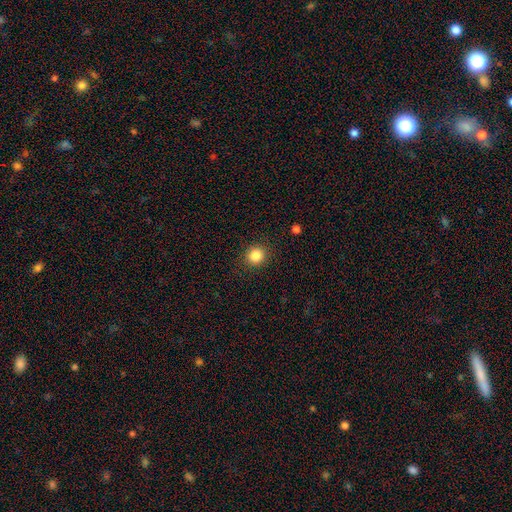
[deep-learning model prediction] Overall: smooth (85%). How rounded: round (86%). Merging: none (90%).